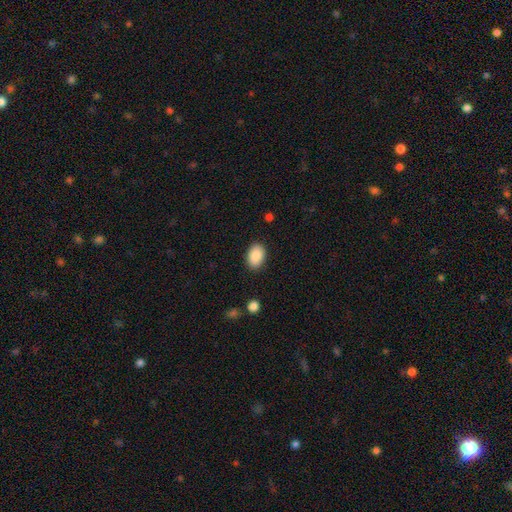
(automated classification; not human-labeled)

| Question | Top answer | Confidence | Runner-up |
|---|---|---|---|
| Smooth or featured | smooth | 90% | star or artifact (7%) |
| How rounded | in between | 87% | round (12%) |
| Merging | none | 87% | minor disturbance (9%) |